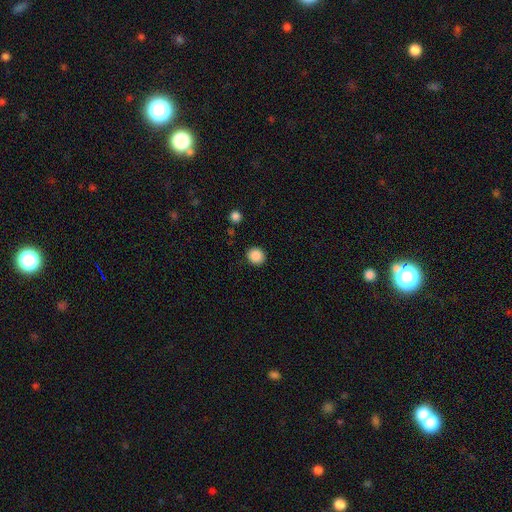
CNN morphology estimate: Smooth or featured? smooth (88%)
How rounded? round (92%)
Merging? none (91%)